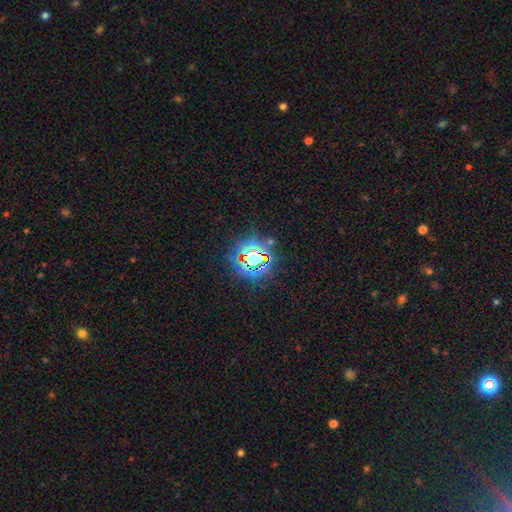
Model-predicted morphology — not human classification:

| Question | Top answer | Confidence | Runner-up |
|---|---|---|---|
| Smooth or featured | star or artifact | 79% | smooth (13%) |